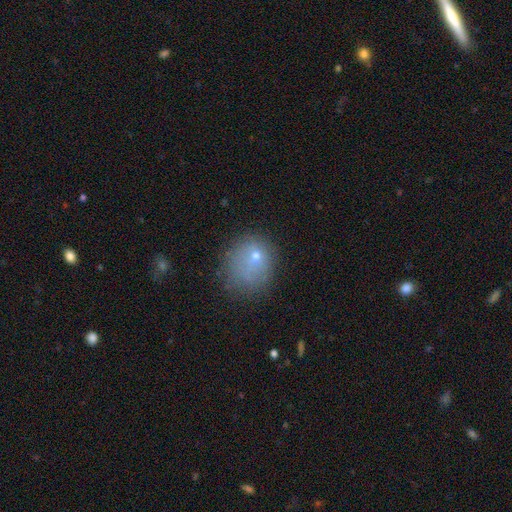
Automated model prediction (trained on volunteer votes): Smooth or featured? Predicted: smooth (p=0.65). How rounded? Predicted: round (p=0.71). Merging? Predicted: none (p=0.50).